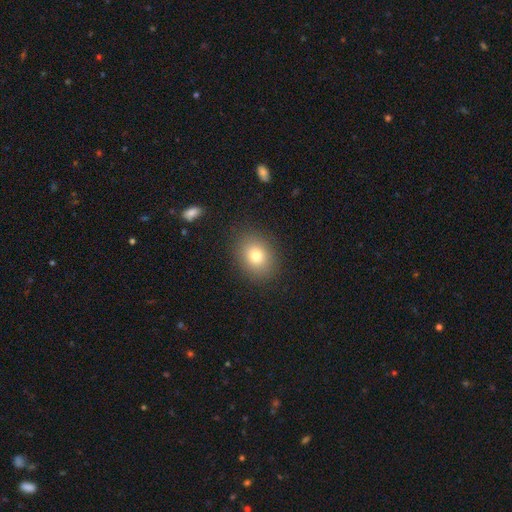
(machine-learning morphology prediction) This is likely a smooth galaxy (78%). How rounded: possibly round (50%). Merging: clearly none (87%).